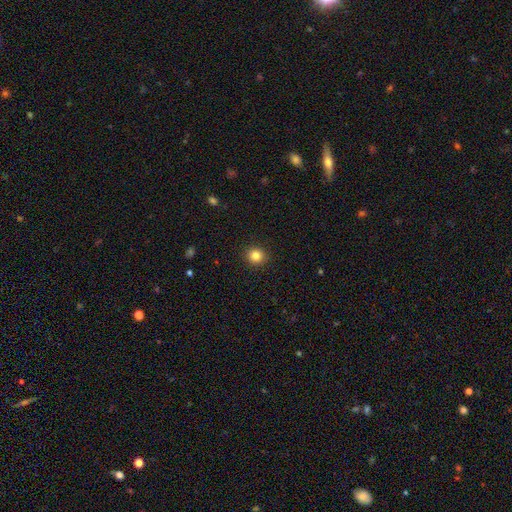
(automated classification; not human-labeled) Smooth or featured? Predicted: smooth (p=0.83). How rounded? Predicted: round (p=0.90). Merging? Predicted: none (p=0.92).